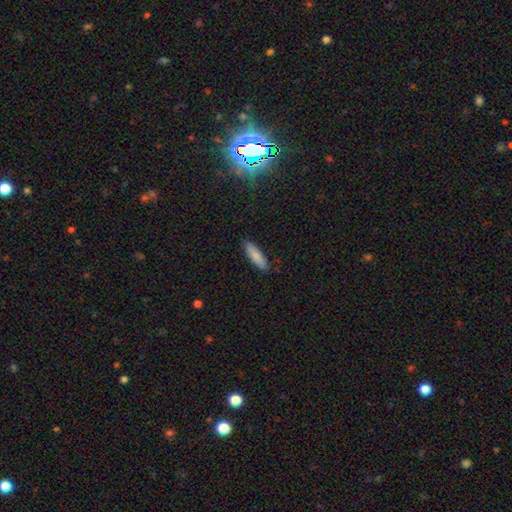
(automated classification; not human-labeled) A smooth galaxy with no disk features (85%) that is cigar-shaped (62%). Merging: none (87%).